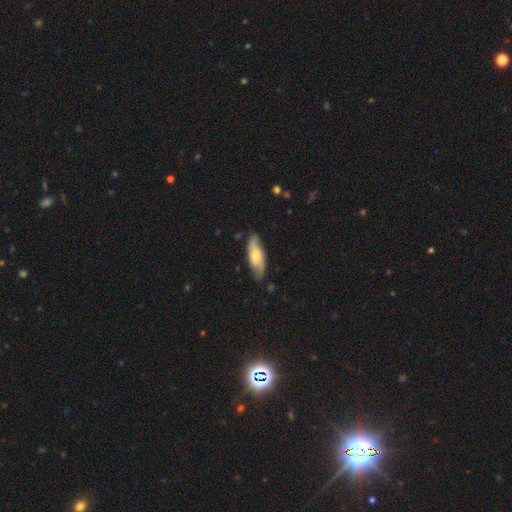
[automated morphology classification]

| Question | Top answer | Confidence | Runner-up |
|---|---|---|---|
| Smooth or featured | smooth | 52% | featured or disk (42%) |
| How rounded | in between | 67% | cigar-shaped (31%) |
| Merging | none | 76% | minor disturbance (19%) |